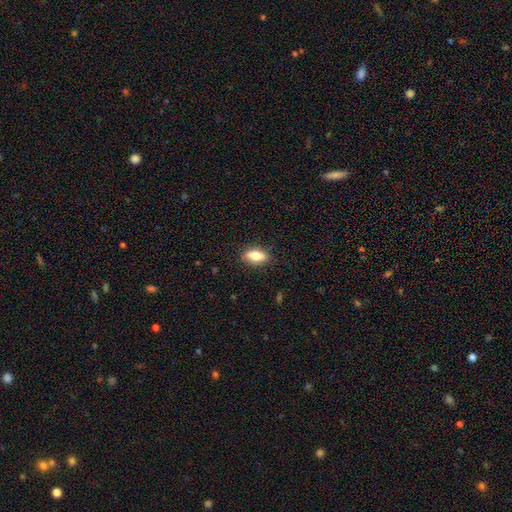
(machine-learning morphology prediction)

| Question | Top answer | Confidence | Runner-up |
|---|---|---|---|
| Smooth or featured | smooth | 75% | featured or disk (18%) |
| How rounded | in between | 81% | cigar-shaped (14%) |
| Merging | none | 85% | minor disturbance (12%) |